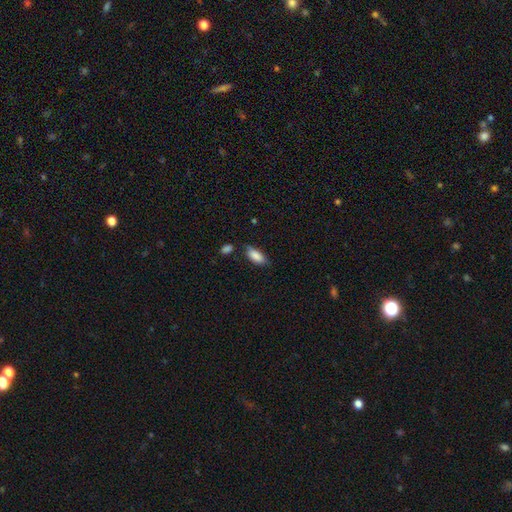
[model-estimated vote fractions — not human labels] This appears to be a smooth galaxy with no disk features (86%) that is in between round and cigar-shaped (84%). Merging: none (66%).